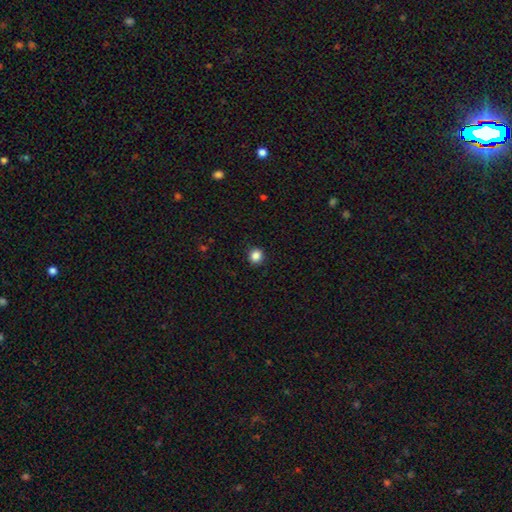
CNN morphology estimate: Smooth or featured? smooth (86%)
How rounded? round (85%)
Merging? none (91%)